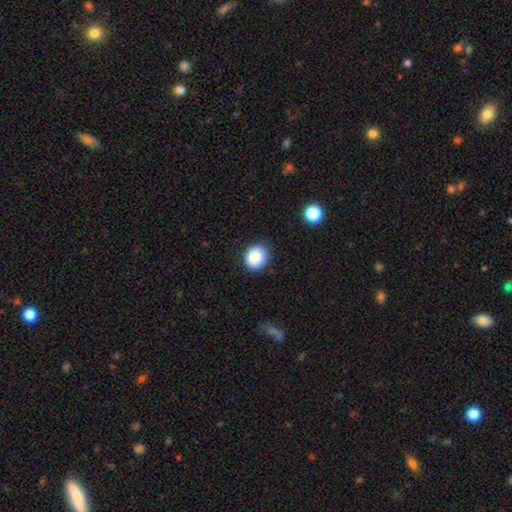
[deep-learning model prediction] A smooth galaxy with no disk features (87%) that is round (72%).

Vote fractions:
- Smooth or featured? smooth: 87% / star or artifact: 9% / featured or disk: 4%
- How rounded? round: 72% / in between: 27% / cigar-shaped: 1%
- Merging? none: 84% / minor disturbance: 12% / major disturbance: 3% / merger: 1%